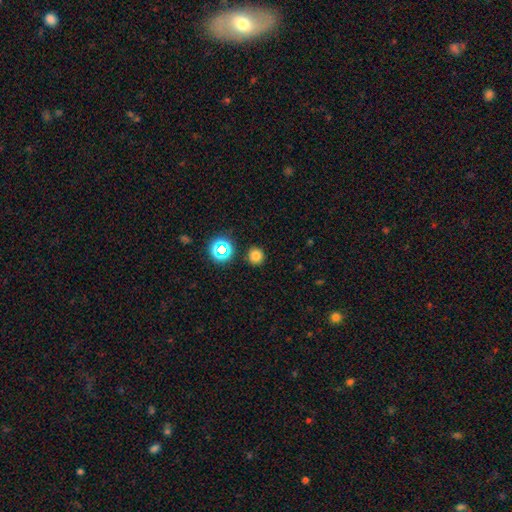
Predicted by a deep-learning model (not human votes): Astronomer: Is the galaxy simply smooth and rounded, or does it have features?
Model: smooth — 75%.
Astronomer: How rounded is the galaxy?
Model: round — 93%.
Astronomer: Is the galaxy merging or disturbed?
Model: none — 90%.